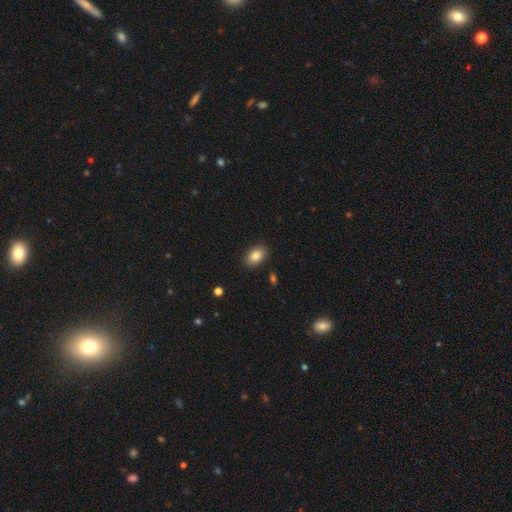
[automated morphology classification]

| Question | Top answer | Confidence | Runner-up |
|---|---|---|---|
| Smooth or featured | smooth | 84% | star or artifact (8%) |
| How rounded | in between | 86% | round (13%) |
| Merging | none | 88% | minor disturbance (8%) |